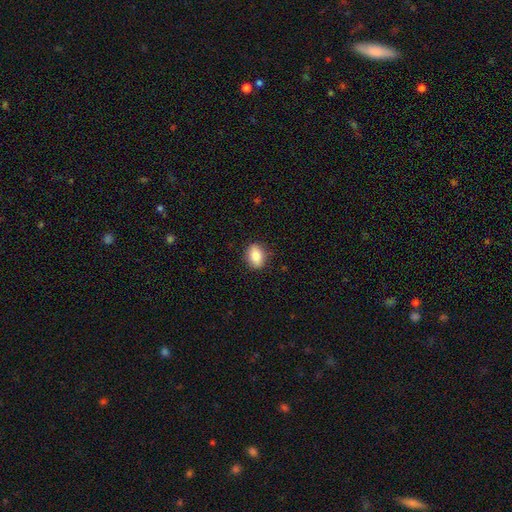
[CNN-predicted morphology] Smooth or featured?
  - smooth: 84% *
  - featured or disk: 8%
  - star or artifact: 8%
How rounded?
  - in between: 74% *
  - round: 24%
  - cigar-shaped: 2%
Merging?
  - none: 85% *
  - minor disturbance: 11%
  - major disturbance: 2%
  - merger: 1%